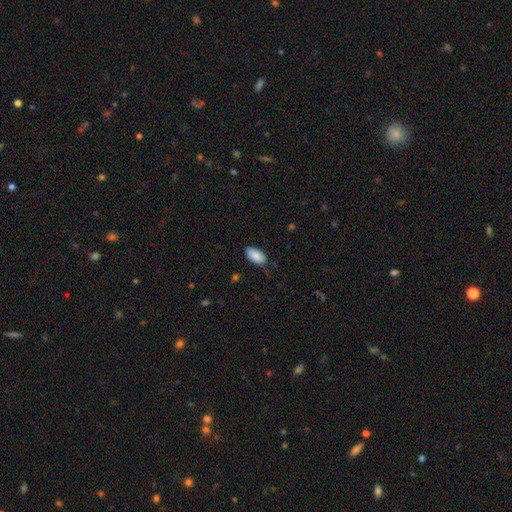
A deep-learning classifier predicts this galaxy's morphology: smooth 87%, star or artifact 7%, featured or disk 6%. Down the decision tree: how rounded — in between (94%); merging — none (71%).